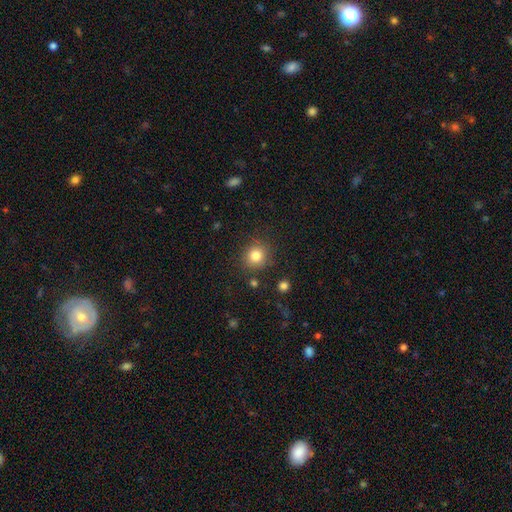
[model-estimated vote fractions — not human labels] Q: Smooth or featured?
A: smooth (82%); runner-up: star or artifact (12%)
Q: How rounded?
A: round (88%); runner-up: in between (11%)
Q: Merging?
A: none (85%); runner-up: minor disturbance (9%)